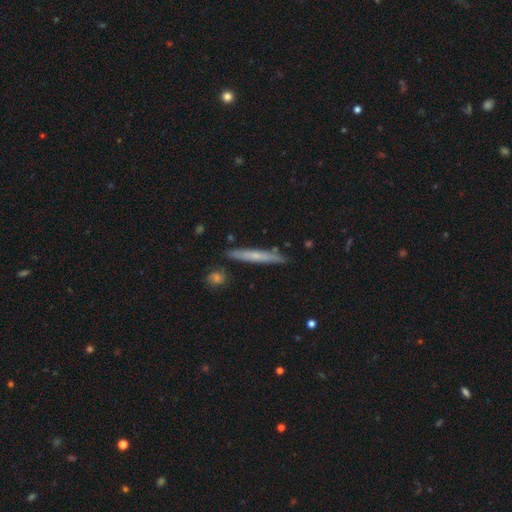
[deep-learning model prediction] This is possibly a smooth galaxy (49%). Merging: clearly none (86%).